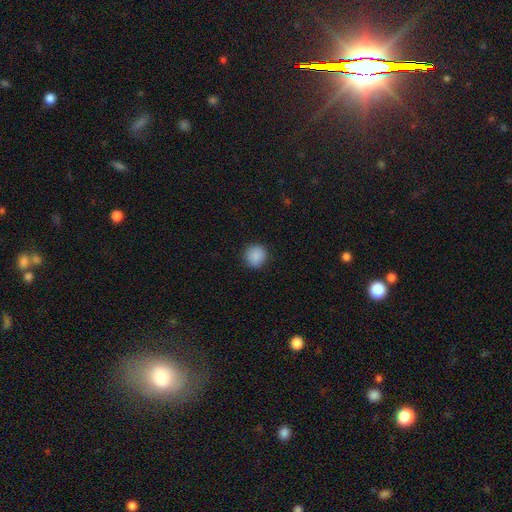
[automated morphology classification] Overall: smooth (88%). How rounded: round (91%). Merging: none (90%).